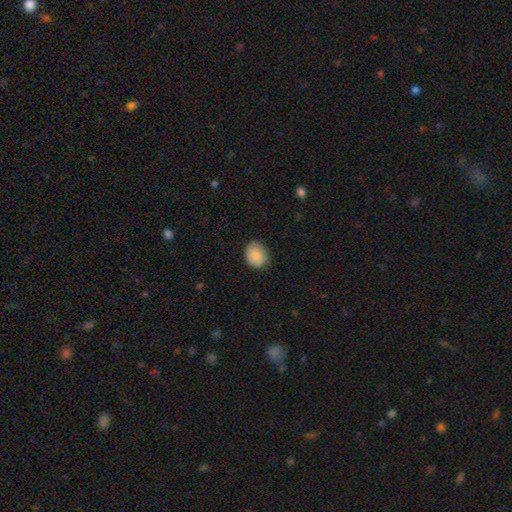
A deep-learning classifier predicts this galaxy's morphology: Smooth or featured? smooth (86%)
How rounded? round (54%)
Merging? none (80%)